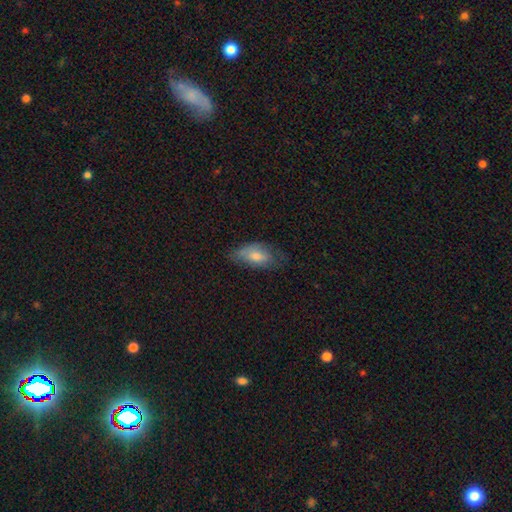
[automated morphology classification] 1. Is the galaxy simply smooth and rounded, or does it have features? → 64% smooth, 27% featured or disk, 8% star or artifact.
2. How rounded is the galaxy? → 88% in between, 9% cigar-shaped, 4% round.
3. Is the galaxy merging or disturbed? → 57% none, 31% minor disturbance, 10% major disturbance, 1% merger.